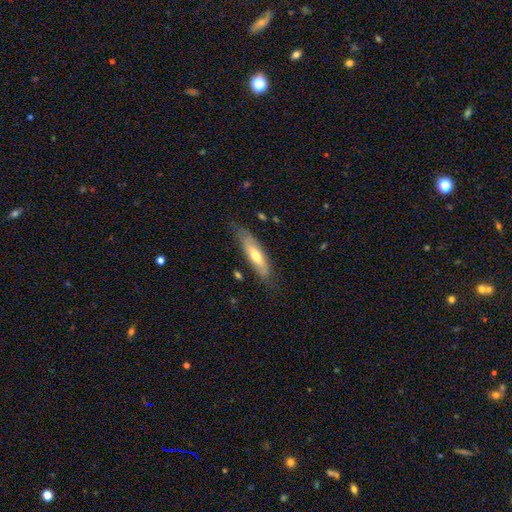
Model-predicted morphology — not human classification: Smooth or featured: smooth — 54% (featured or disk — 40%)
How rounded: cigar-shaped — 61% (in between — 37%)
Merging: none — 71% (minor disturbance — 22%)